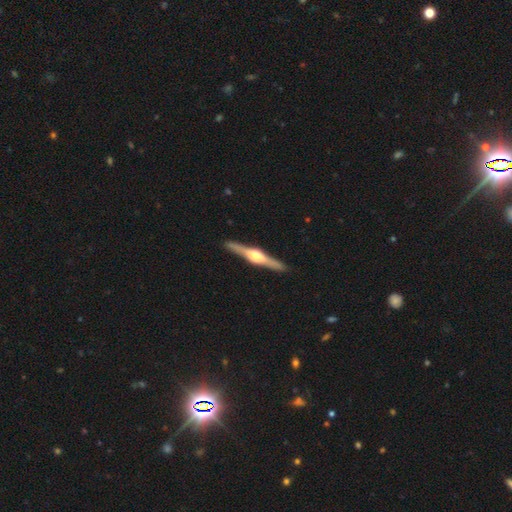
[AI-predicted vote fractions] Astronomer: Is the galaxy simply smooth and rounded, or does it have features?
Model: featured or disk — 83%.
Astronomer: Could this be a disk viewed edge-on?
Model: yes — 98%.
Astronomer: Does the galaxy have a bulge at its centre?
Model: rounded — 92%.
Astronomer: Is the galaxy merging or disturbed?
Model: none — 92%.